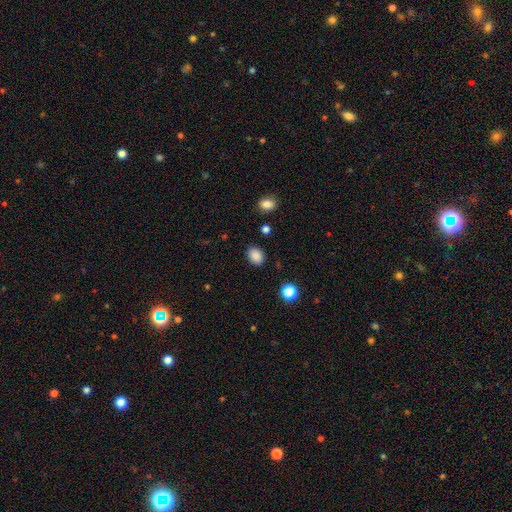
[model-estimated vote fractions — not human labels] Smooth or featured? Predicted: smooth (p=0.87). How rounded? Predicted: in between (p=0.61). Merging? Predicted: none (p=0.86).